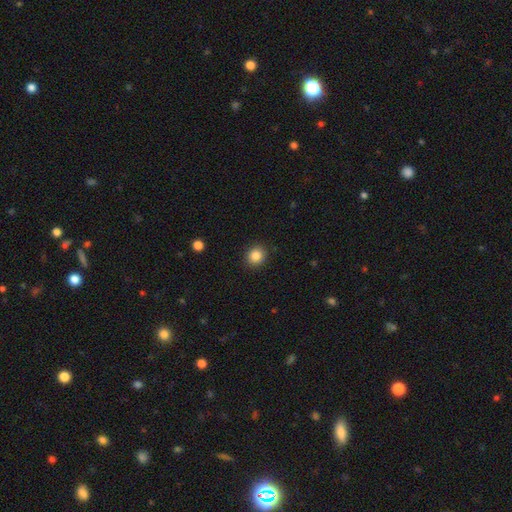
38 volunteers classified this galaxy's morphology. Volunteers were most divided on "how rounded": round: 86%, in between: 14%, cigar-shaped: 0%. More confident: smooth or featured — smooth (92%); merging — none (92%).